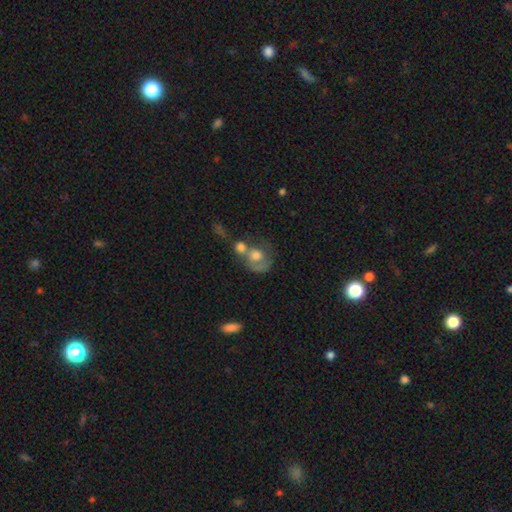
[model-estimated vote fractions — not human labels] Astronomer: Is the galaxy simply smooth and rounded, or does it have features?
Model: smooth — 56% (runner-up: featured or disk, 35%).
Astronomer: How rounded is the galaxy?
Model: round — 63%.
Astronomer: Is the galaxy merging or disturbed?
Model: merger — 56%.